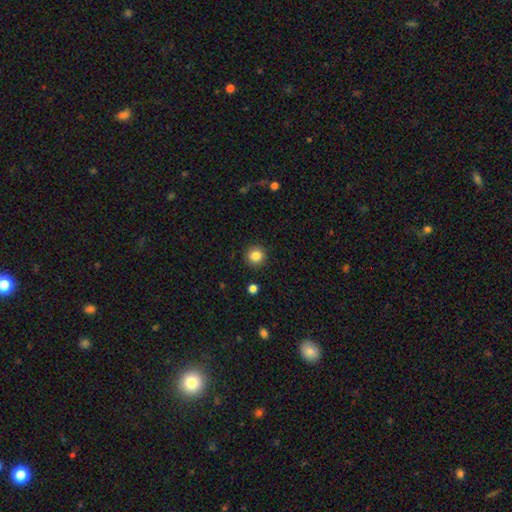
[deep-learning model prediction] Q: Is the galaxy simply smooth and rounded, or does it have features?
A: smooth — 84%.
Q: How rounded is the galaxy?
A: round — 93%.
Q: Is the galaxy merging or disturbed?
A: none — 91%.